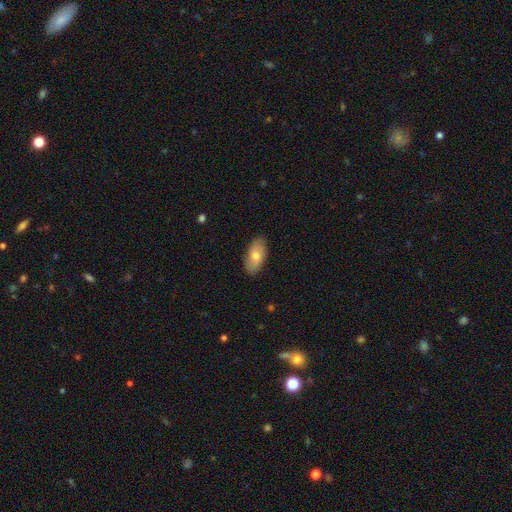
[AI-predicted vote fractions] This is likely a smooth galaxy (66%). How rounded: clearly in between (93%). Merging: clearly none (86%).